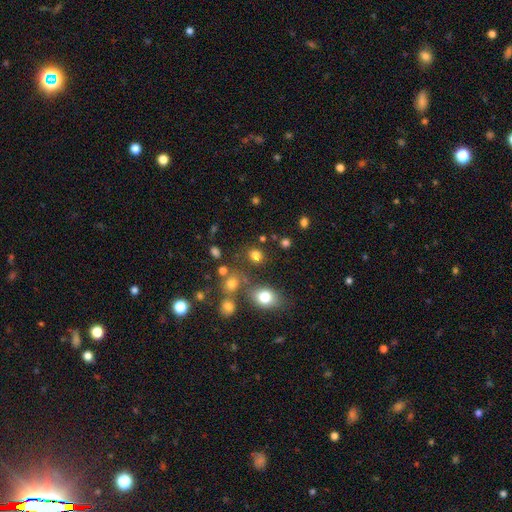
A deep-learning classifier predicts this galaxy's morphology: Smooth or featured? Predicted: smooth (p=0.77). How rounded? Predicted: round (p=0.66). Merging? Predicted: none (p=0.73).